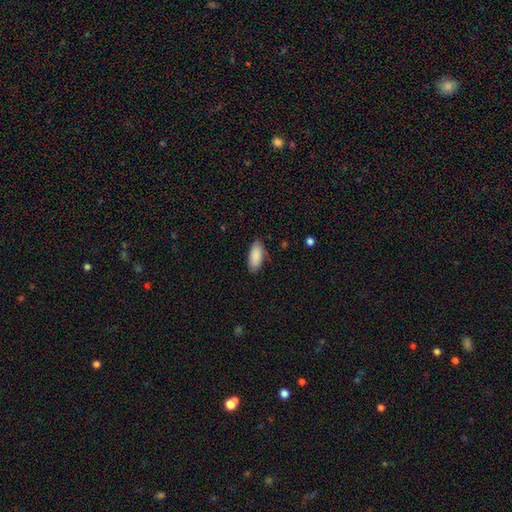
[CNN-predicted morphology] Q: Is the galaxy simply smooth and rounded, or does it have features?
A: smooth — 89%.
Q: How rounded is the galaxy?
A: in between — 88%.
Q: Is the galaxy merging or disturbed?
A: none — 82%.